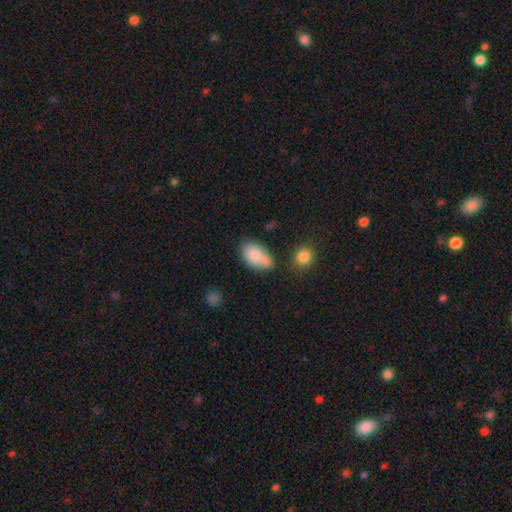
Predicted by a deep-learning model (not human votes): Smooth or featured? Predicted: smooth (p=0.82). How rounded? Predicted: in between (p=0.90). Merging? Predicted: none (p=0.49).